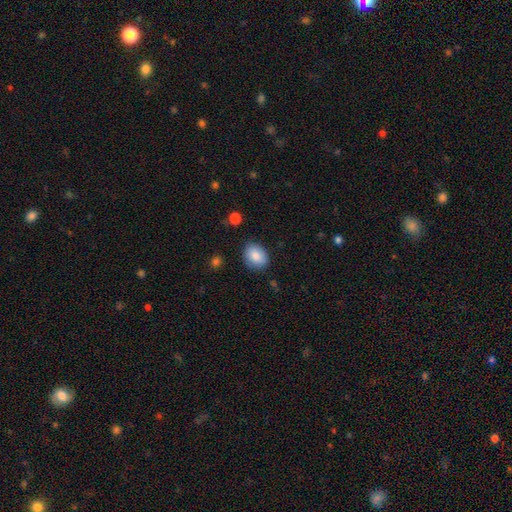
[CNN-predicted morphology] This appears to be a smooth galaxy with no disk features (85%) that is in between round and cigar-shaped (58%). Merging: none (81%).